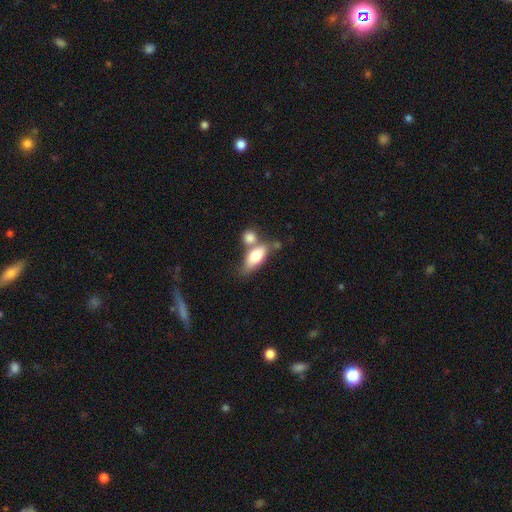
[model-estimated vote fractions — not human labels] The model was most divided on "merging": merger: 43%, none: 38%, minor disturbance: 13%, major disturbance: 6%. More confident: how rounded — in between (77%); smooth or featured — smooth (72%).